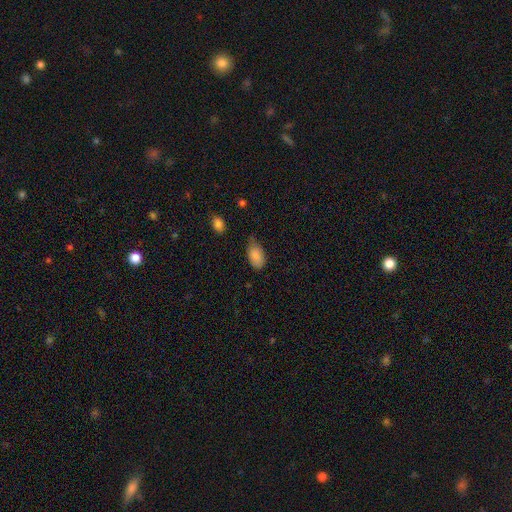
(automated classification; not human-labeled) Morphology: type=smooth (86%); roundness=in between (93%); merging=none (54%).